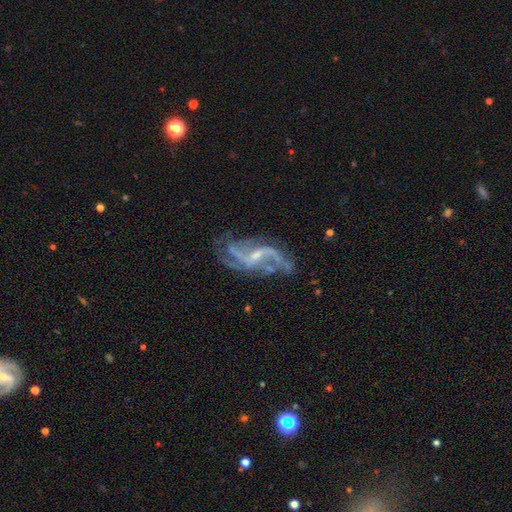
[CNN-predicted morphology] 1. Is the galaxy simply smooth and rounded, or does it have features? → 89% featured or disk, 7% star or artifact, 4% smooth.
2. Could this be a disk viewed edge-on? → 96% no, 4% yes.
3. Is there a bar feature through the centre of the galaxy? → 49% weak, 28% no, 23% strong.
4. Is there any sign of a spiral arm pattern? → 96% yes, 4% no.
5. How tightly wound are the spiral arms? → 68% loose, 24% medium, 8% tight.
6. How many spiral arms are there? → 60% 2, 13% 3, 11% can't tell, 7% 4, 5% 1, 5% more than 4.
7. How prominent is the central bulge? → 69% small, 21% moderate, 8% none, 1% large, 1% dominant.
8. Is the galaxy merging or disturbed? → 59% none, 20% minor disturbance, 17% major disturbance, 4% merger.